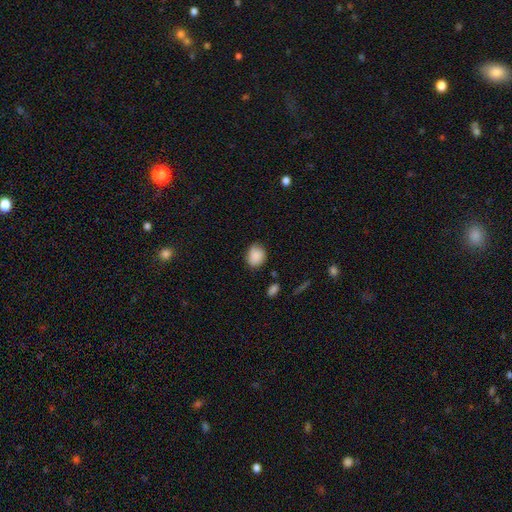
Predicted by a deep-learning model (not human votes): Smooth or featured? Predicted: smooth (p=0.86). How rounded? Predicted: round (p=0.63). Merging? Predicted: none (p=0.70).